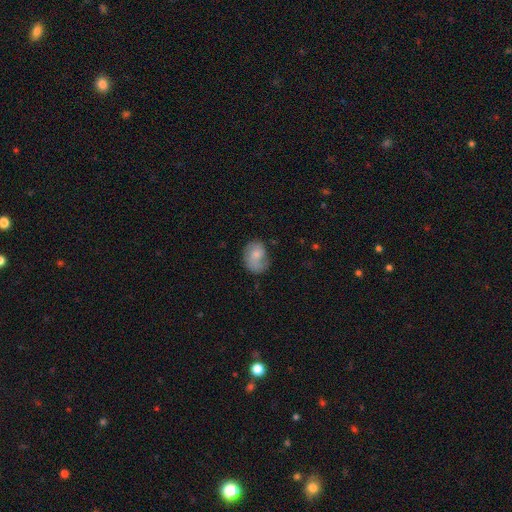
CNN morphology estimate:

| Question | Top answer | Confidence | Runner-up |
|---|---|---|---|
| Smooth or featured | smooth | 55% | featured or disk (37%) |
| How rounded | in between | 61% | round (38%) |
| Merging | none | 51% | minor disturbance (29%) |